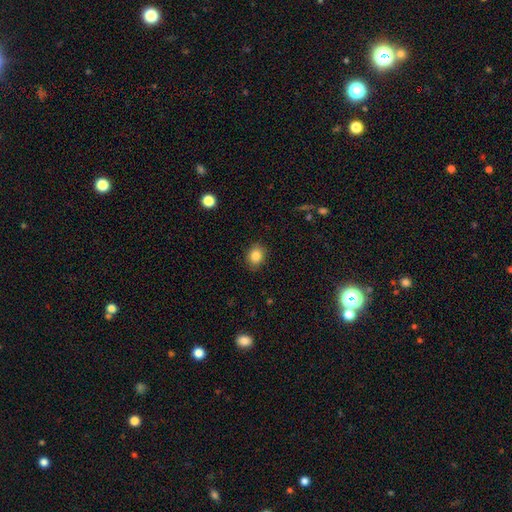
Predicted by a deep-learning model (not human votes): Smooth or featured?
  - smooth: 85% *
  - star or artifact: 10%
  - featured or disk: 6%
How rounded?
  - round: 56% *
  - in between: 43%
  - cigar-shaped: 1%
Merging?
  - none: 87% *
  - minor disturbance: 10%
  - major disturbance: 2%
  - merger: 1%